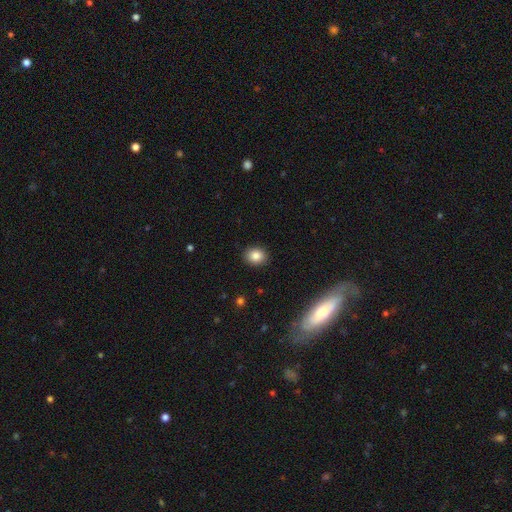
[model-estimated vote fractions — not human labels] smooth_or_featured: smooth (p=0.85) [alt: star or artifact p=0.10]
how_rounded: round (p=0.59) [alt: in between p=0.40]
merging: none (p=0.90) [alt: minor disturbance p=0.07]